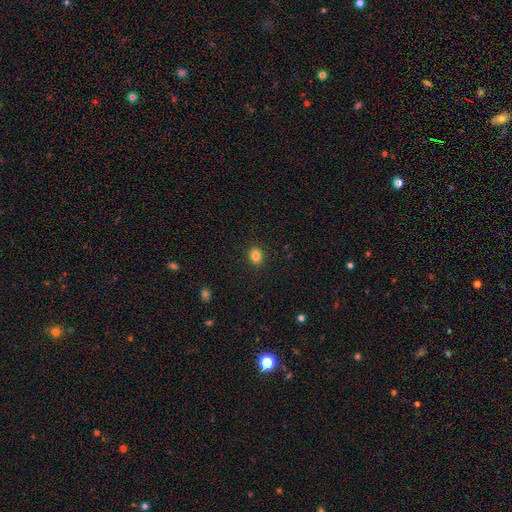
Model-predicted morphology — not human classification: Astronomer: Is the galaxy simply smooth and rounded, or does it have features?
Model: smooth — 84%.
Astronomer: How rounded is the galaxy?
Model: in between — 50% (runner-up: round, 49%).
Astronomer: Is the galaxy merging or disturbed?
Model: none — 90%.